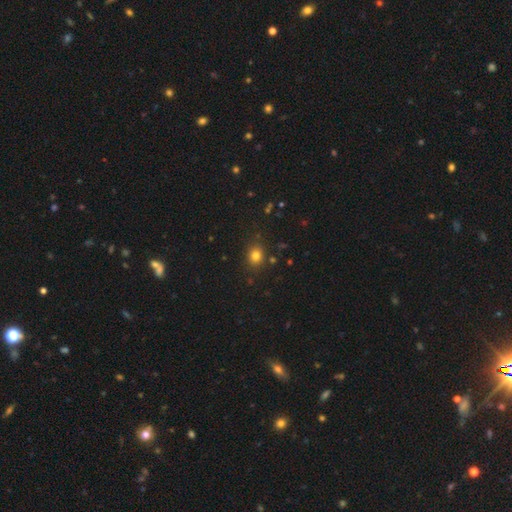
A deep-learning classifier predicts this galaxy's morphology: Q: Smooth or featured?
A: smooth (80%); runner-up: star or artifact (14%)
Q: How rounded?
A: round (65%); runner-up: in between (34%)
Q: Merging?
A: none (86%); runner-up: minor disturbance (9%)